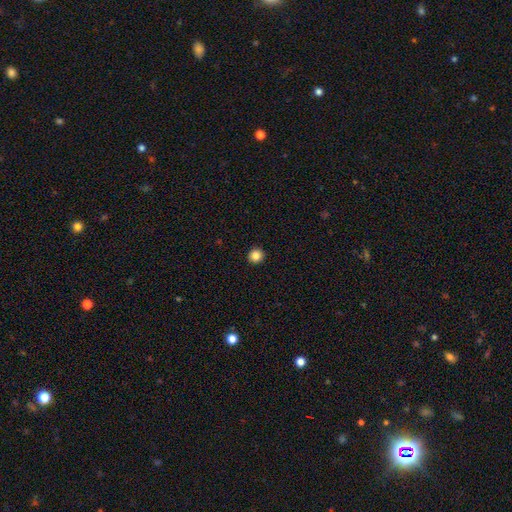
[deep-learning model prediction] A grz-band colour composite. It shows a smooth galaxy with no disk features (85%) that is round (93%). Merging: none (94%).